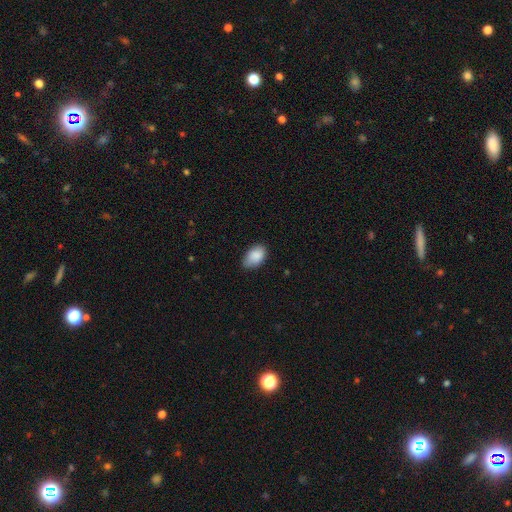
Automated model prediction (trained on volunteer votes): smooth 88%, star or artifact 7%, featured or disk 5%. Down the decision tree: how rounded — in between (91%); merging — none (71%).